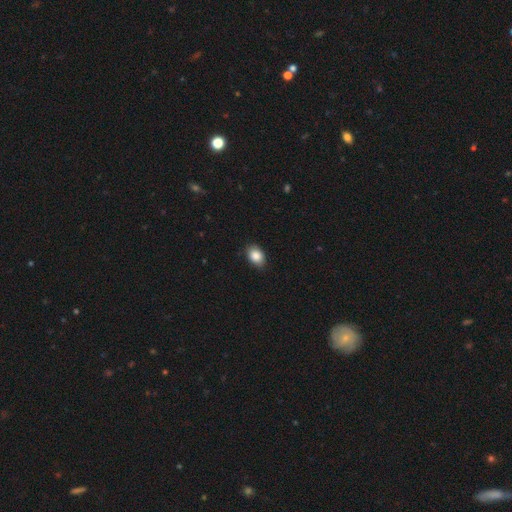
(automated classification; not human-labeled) Smooth or featured?
  - smooth: 86% *
  - star or artifact: 8%
  - featured or disk: 6%
How rounded?
  - in between: 78% *
  - round: 20%
  - cigar-shaped: 1%
Merging?
  - none: 84% *
  - minor disturbance: 13%
  - major disturbance: 2%
  - merger: 1%